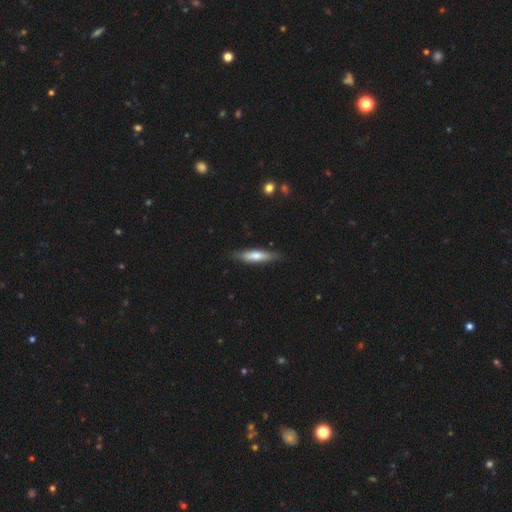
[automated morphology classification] Overall: smooth (62%; featured or disk 33%). How rounded: cigar-shaped (75%). Merging: none (83%).